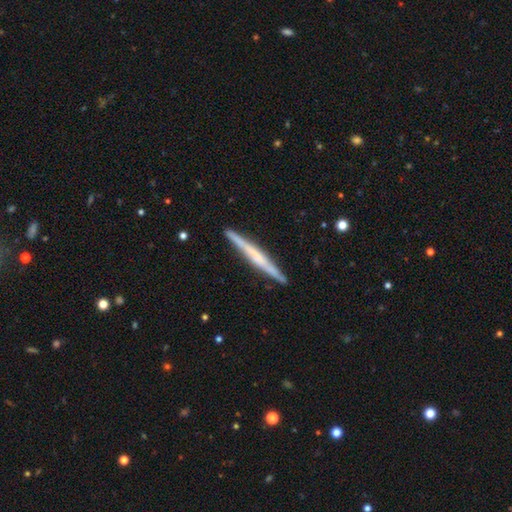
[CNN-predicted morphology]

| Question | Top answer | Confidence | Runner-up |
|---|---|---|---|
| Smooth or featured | featured or disk | 64% | smooth (30%) |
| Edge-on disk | yes | 97% | no (3%) |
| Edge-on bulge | none | 50% | rounded (29%) |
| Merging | none | 90% | minor disturbance (8%) |